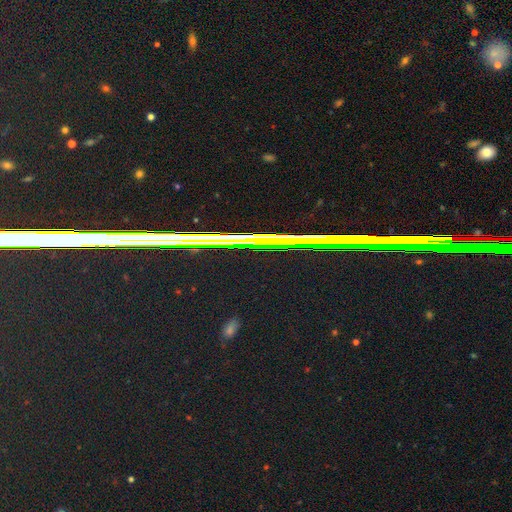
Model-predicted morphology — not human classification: type=star or artifact (82%).